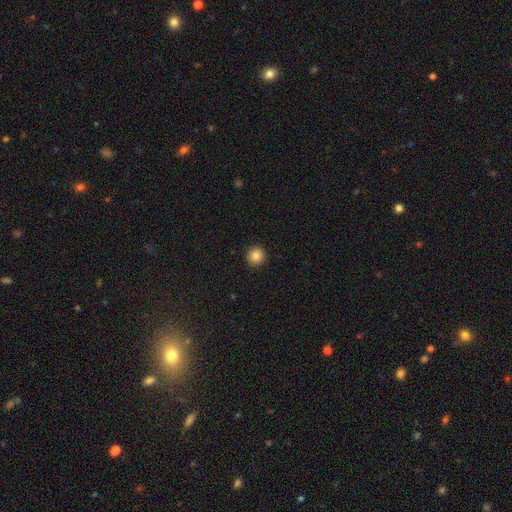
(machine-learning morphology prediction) Smooth or featured? smooth (85%)
How rounded? round (94%)
Merging? none (92%)